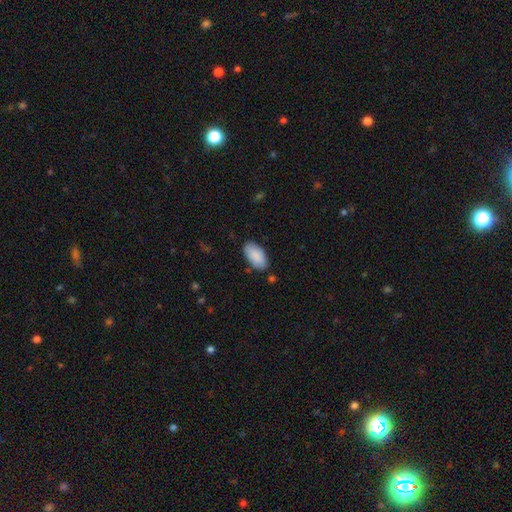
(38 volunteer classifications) Q: Smooth or featured?
A: smooth (89%); runner-up: featured or disk (5%)
Q: How rounded?
A: in between (97%); runner-up: cigar-shaped (3%)
Q: Merging?
A: none (92%); runner-up: minor disturbance (6%)